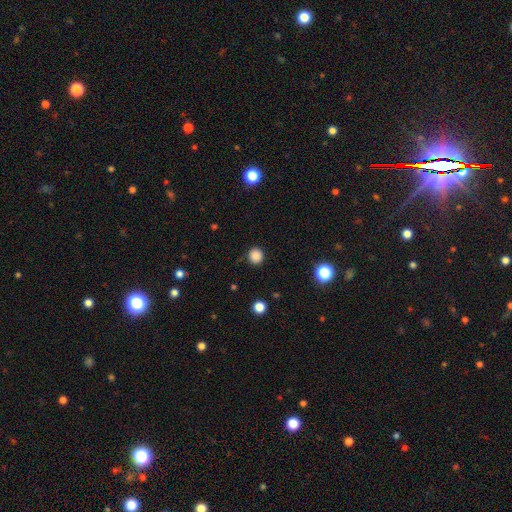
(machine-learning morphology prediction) Smooth or featured? Predicted: smooth (p=0.85). How rounded? Predicted: round (p=0.90). Merging? Predicted: none (p=0.90).